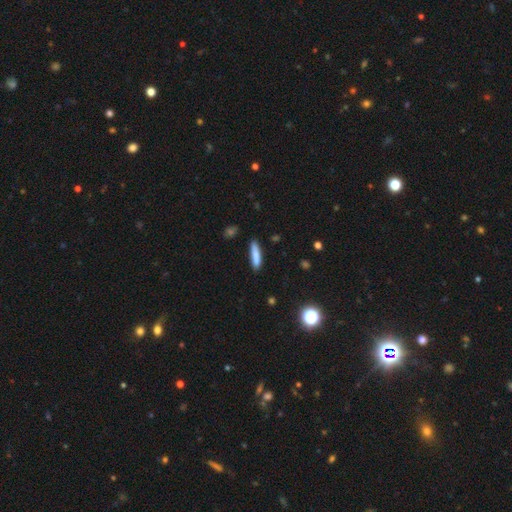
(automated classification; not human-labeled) Smooth or featured: smooth — 83% (featured or disk — 10%)
How rounded: cigar-shaped — 81% (in between — 18%)
Merging: none — 83% (minor disturbance — 13%)